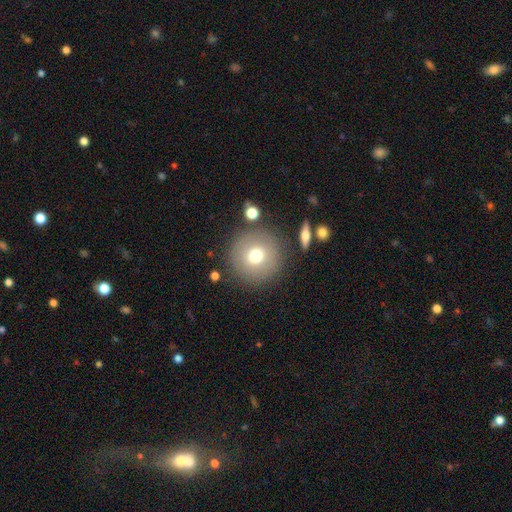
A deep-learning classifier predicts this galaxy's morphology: smooth 70%, featured or disk 19%, star or artifact 11%. Down the decision tree: how rounded — round (96%); merging — none (85%).